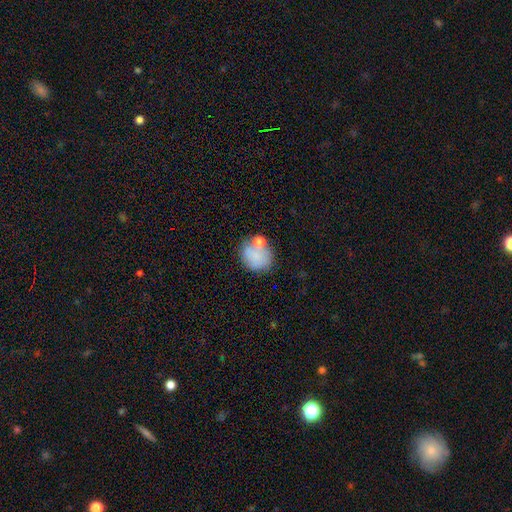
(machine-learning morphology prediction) This appears to be a smooth galaxy with no disk features (73%) that is round (67%). Merging: none (51%).